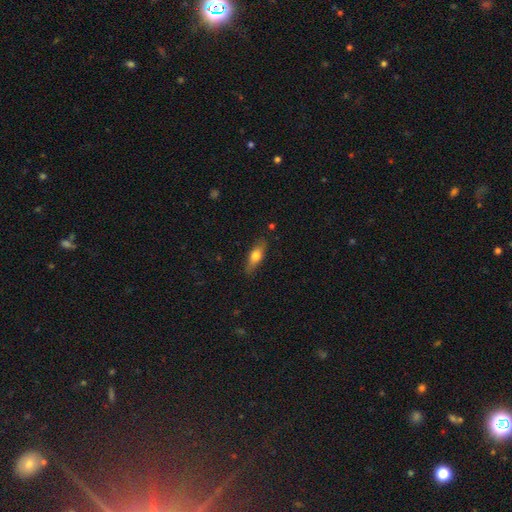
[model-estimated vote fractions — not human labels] Smooth or featured: smooth — 63% (featured or disk — 30%)
How rounded: in between — 53% (cigar-shaped — 43%)
Merging: none — 82% (minor disturbance — 13%)